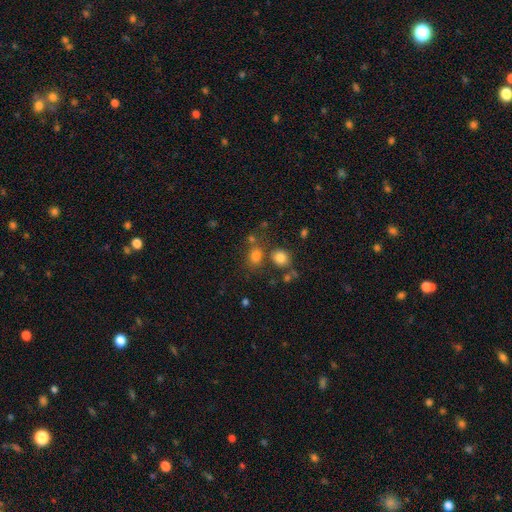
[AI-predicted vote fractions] Overall: smooth (77%). How rounded: round (60%; in between 39%). Merging: none (64%).